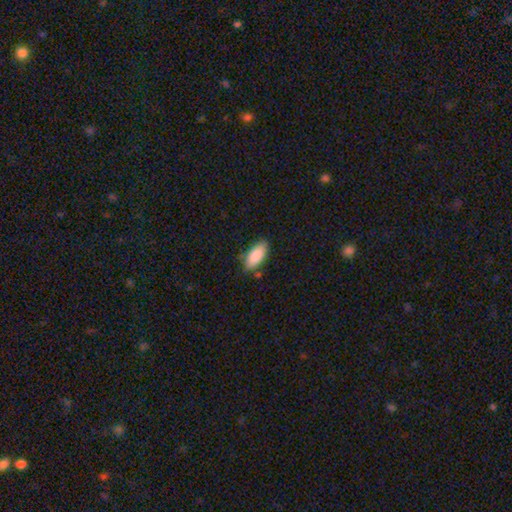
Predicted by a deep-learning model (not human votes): The model was most divided on "merging": none: 77%, minor disturbance: 18%, major disturbance: 3%, merger: 3%. More confident: how rounded — in between (87%); smooth or featured — smooth (87%).